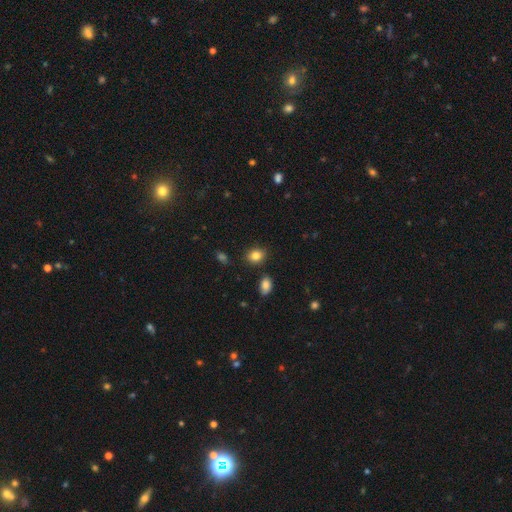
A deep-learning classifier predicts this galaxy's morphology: Overall: smooth (84%). How rounded: round (52%; in between 47%). Merging: none (84%).